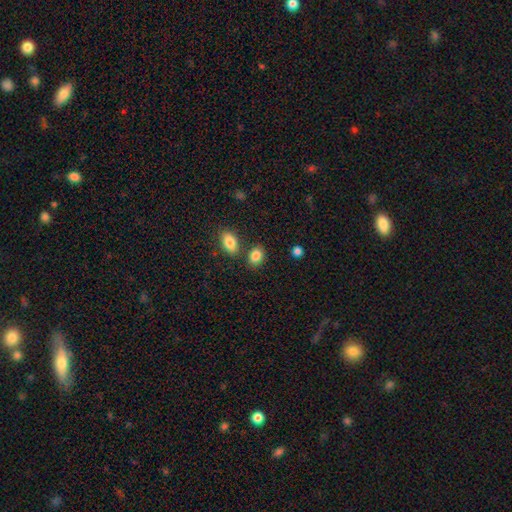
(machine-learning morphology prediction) This appears to be a smooth galaxy with no disk features (86%) that is in between round and cigar-shaped (70%). Merging: none (73%).